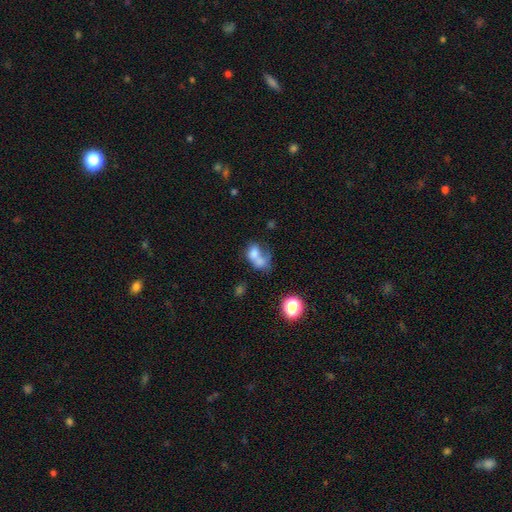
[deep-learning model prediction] This appears to be a smooth galaxy with no disk features (68%) that is in between round and cigar-shaped (69%). Merging: merger (66%).